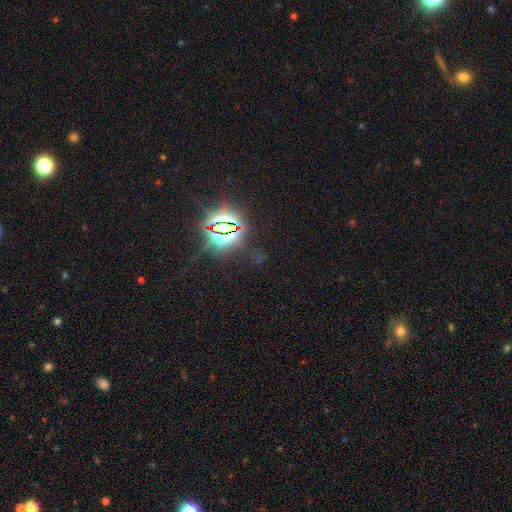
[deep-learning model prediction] A star or artifact, not a galaxy (84%).

Vote fractions:
- Smooth or featured? star or artifact: 84% / smooth: 8% / featured or disk: 7%